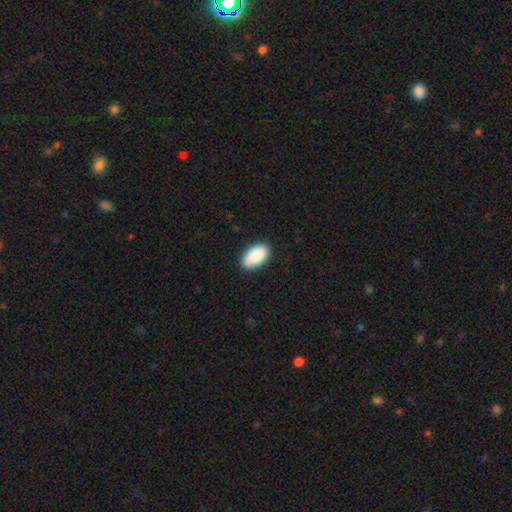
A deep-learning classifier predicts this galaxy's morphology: Smooth or featured? smooth (89%)
How rounded? in between (95%)
Merging? none (85%)